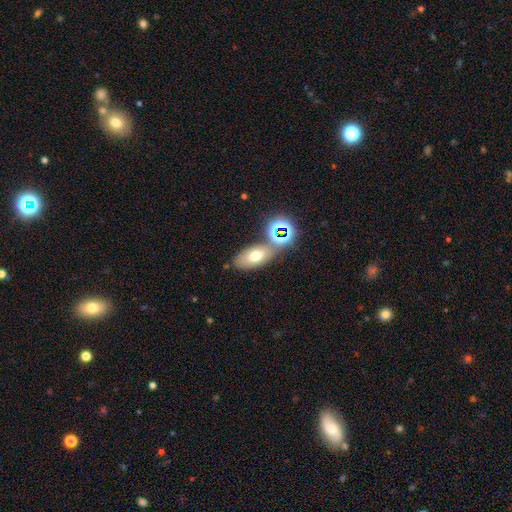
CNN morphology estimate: Smooth or featured: smooth — 62% (star or artifact — 20%)
How rounded: in between — 84% (round — 12%)
Merging: none — 61% (merger — 20%)